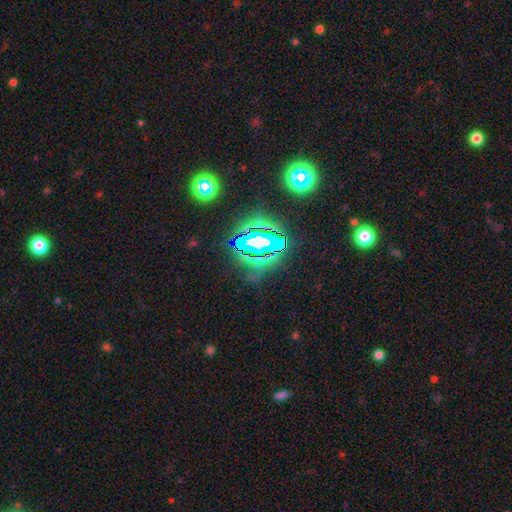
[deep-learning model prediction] This is clearly a star or artifact rather than a galaxy (80%).